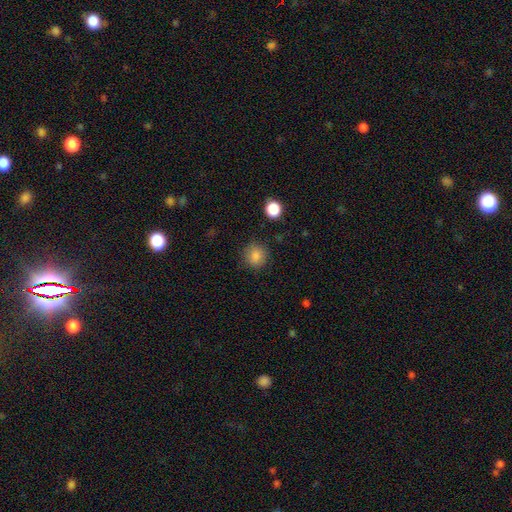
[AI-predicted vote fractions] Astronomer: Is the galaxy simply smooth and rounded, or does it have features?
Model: smooth — 86%.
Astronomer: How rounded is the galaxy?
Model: round — 88%.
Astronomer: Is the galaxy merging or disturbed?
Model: none — 86%.